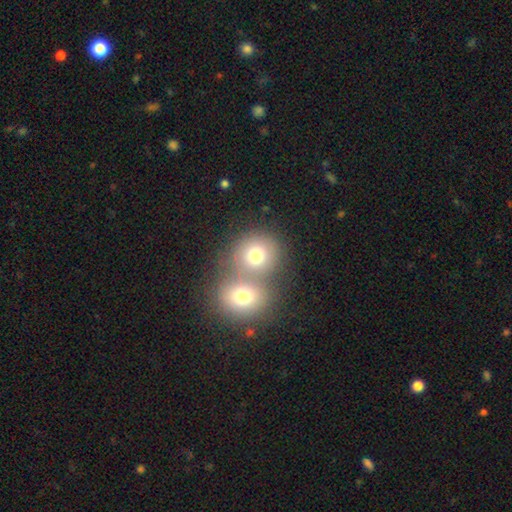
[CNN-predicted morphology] type=smooth (75%); roundness=round (82%); merging=merger (53%).